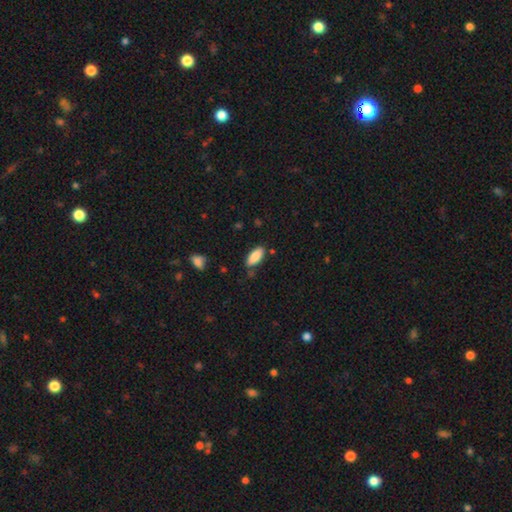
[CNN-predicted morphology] smooth_or_featured: smooth (p=0.88) [alt: star or artifact p=0.06]
how_rounded: in between (p=0.83) [alt: cigar-shaped p=0.15]
merging: none (p=0.80) [alt: minor disturbance p=0.15]